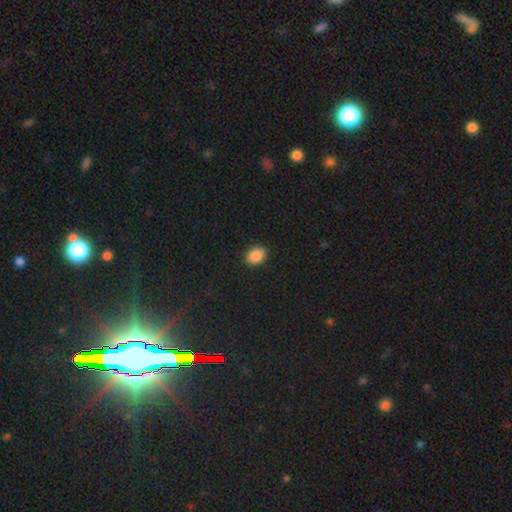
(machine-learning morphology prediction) smooth-or-featured: smooth: 89% | star or artifact: 9% | featured or disk: 3%
  how-rounded: in between: 73% | round: 26% | cigar-shaped: 1%
  merging: none: 89% | minor disturbance: 8% | major disturbance: 2% | merger: 1%